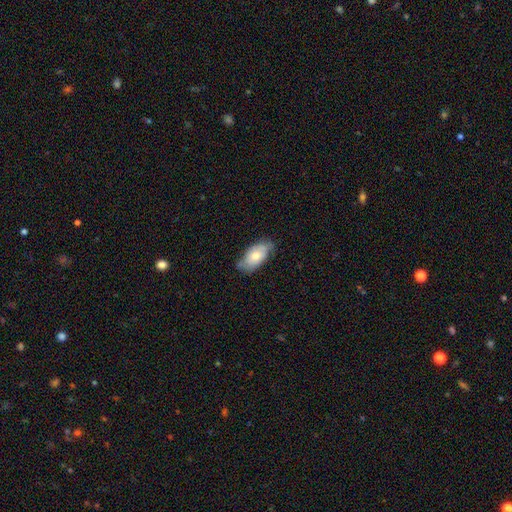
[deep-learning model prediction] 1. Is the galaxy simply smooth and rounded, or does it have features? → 60% smooth, 34% featured or disk, 6% star or artifact.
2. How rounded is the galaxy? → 93% in between, 4% round, 3% cigar-shaped.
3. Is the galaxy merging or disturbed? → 65% none, 28% minor disturbance, 5% major disturbance, 2% merger.